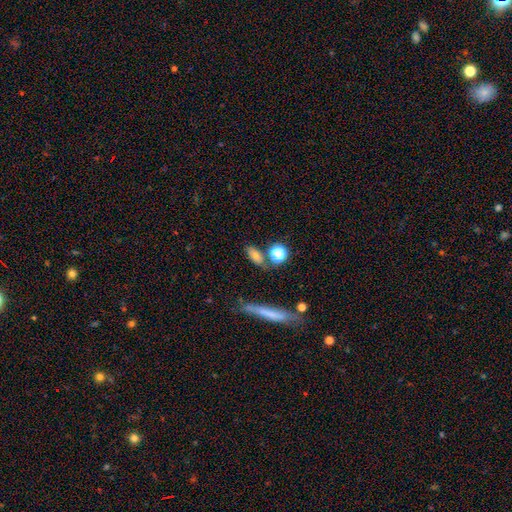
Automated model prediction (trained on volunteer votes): smooth-or-featured: smooth: 76% | featured or disk: 13% | star or artifact: 12%
  how-rounded: in between: 70% | cigar-shaped: 18% | round: 12%
  merging: none: 71% | minor disturbance: 14% | merger: 11% | major disturbance: 5%